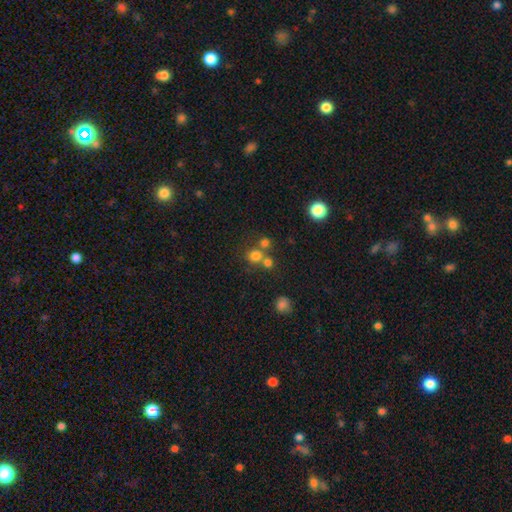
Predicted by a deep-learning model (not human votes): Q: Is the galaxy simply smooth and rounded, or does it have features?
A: smooth — 73%.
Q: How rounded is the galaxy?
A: round — 84%.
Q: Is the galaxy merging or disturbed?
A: none — 52%.